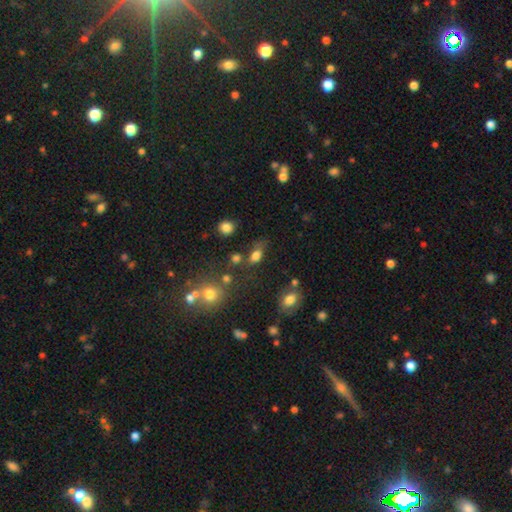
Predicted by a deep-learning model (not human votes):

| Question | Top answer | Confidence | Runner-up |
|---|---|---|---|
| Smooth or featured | smooth | 79% | star or artifact (13%) |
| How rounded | in between | 77% | round (19%) |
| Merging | none | 53% | minor disturbance (23%) |